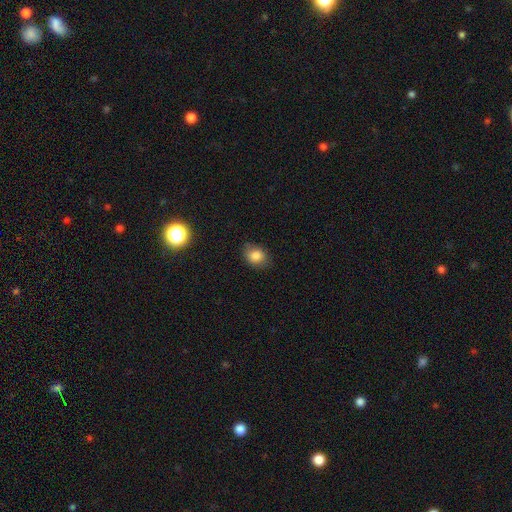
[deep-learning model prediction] Smooth or featured? smooth (83%)
How rounded? in between (54%)
Merging? none (74%)